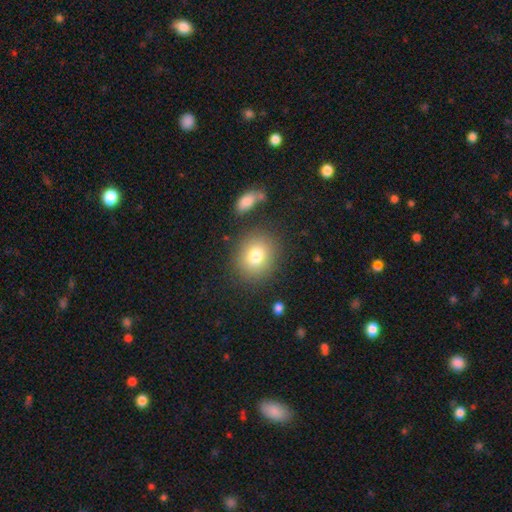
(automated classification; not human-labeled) Smooth or featured: smooth — 78% (star or artifact — 11%)
How rounded: round — 73% (in between — 26%)
Merging: none — 83% (minor disturbance — 10%)